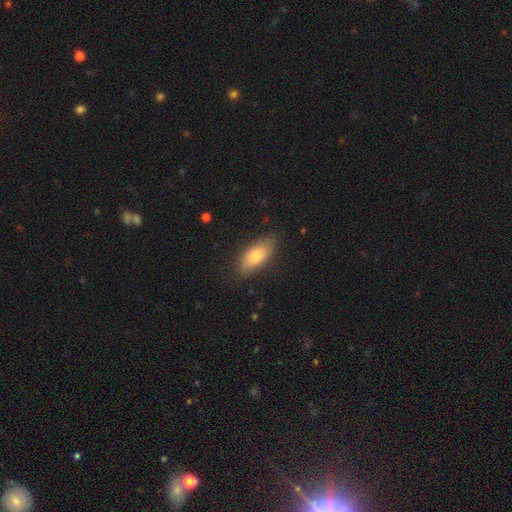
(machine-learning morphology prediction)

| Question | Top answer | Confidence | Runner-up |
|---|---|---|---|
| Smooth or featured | smooth | 78% | featured or disk (16%) |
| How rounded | in between | 83% | cigar-shaped (14%) |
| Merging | none | 81% | minor disturbance (15%) |